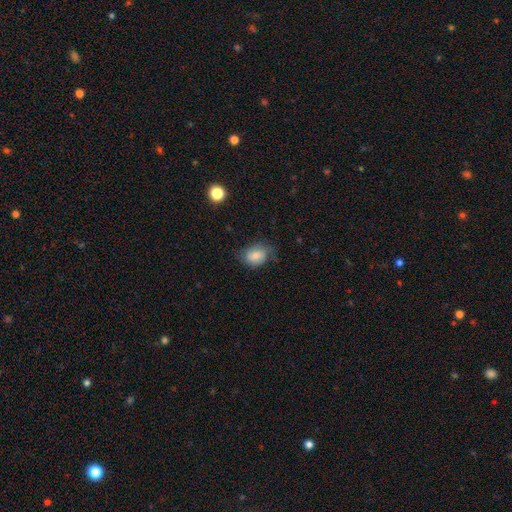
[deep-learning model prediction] Overall: smooth (75%). How rounded: in between (60%; round 39%). Merging: none (62%; minor disturbance 27%).